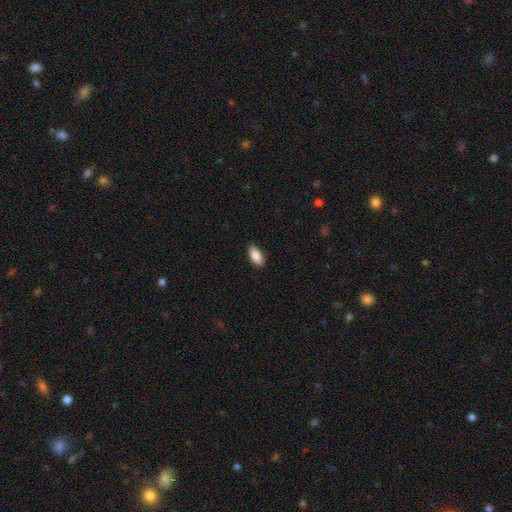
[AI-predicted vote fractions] A smooth galaxy with no disk features (88%) that is in between round and cigar-shaped (88%).

Vote fractions:
- Smooth or featured? smooth: 88% / star or artifact: 6% / featured or disk: 6%
- How rounded? in between: 88% / cigar-shaped: 9% / round: 2%
- Merging? none: 88% / minor disturbance: 10% / major disturbance: 2% / merger: 1%